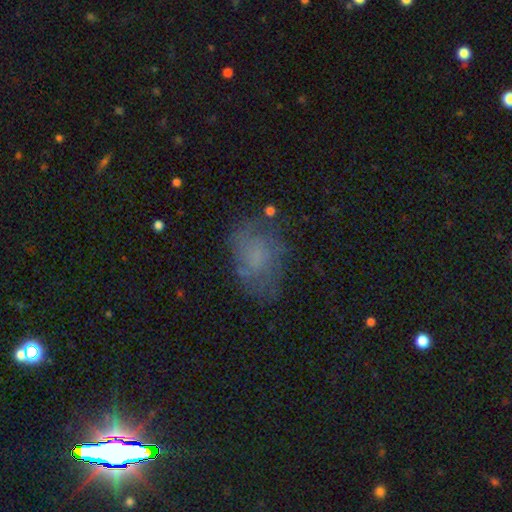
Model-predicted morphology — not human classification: type=smooth (49%); merging=none (61%).